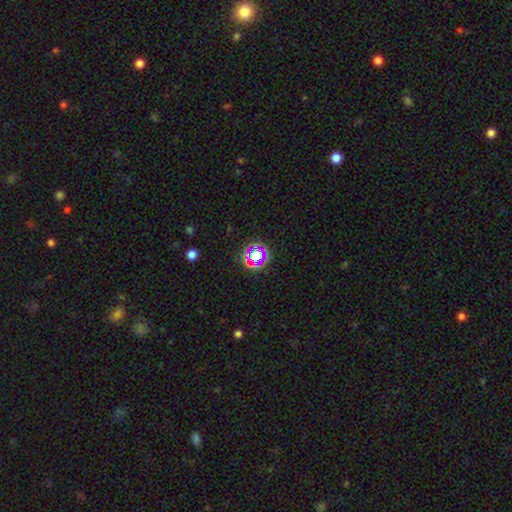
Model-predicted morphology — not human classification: This is possibly a star or artifact rather than a galaxy (59%).